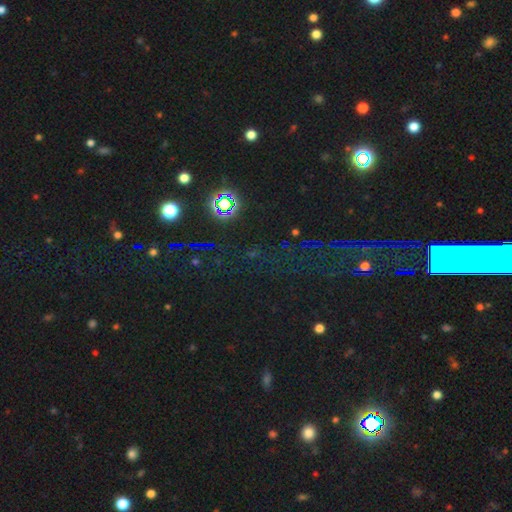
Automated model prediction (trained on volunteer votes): This is likely a star or artifact rather than a galaxy (75%).